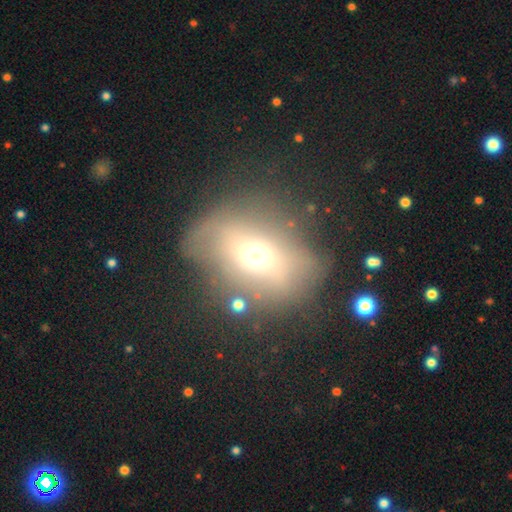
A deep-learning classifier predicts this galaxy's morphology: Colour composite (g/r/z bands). It shows a smooth galaxy with no disk features (47%). Merging: none (58%).